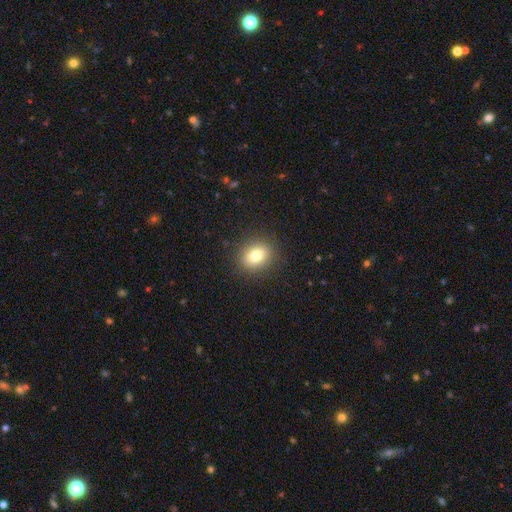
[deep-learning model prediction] A smooth galaxy with no disk features (78%) that is round (53%).

Vote fractions:
- Smooth or featured? smooth: 78% / star or artifact: 11% / featured or disk: 10%
- How rounded? round: 53% / in between: 46% / cigar-shaped: 1%
- Merging? none: 89% / minor disturbance: 8% / major disturbance: 3% / merger: 1%